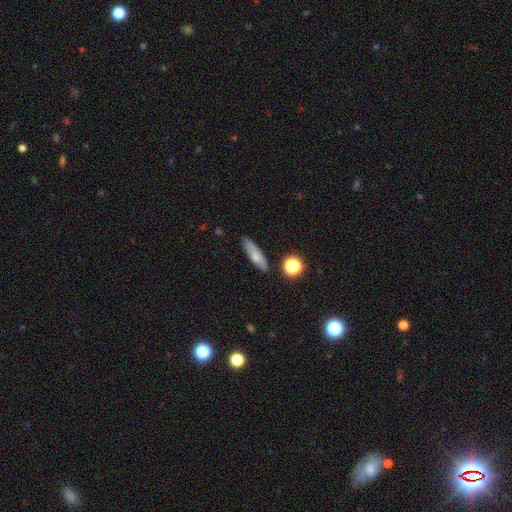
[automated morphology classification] Q: Smooth or featured?
A: smooth (67%); runner-up: featured or disk (24%)
Q: How rounded?
A: cigar-shaped (64%); runner-up: in between (31%)
Q: Merging?
A: none (81%); runner-up: minor disturbance (13%)